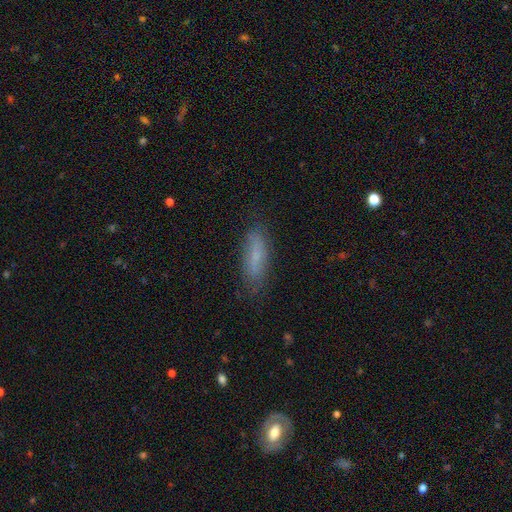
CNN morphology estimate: smooth-or-featured: smooth: 71% | featured or disk: 21% | star or artifact: 8%
  how-rounded: cigar-shaped: 49% (tied) | in between: 49% (tied) | round: 2%
  merging: none: 77% | minor disturbance: 17% | major disturbance: 5% | merger: 1%